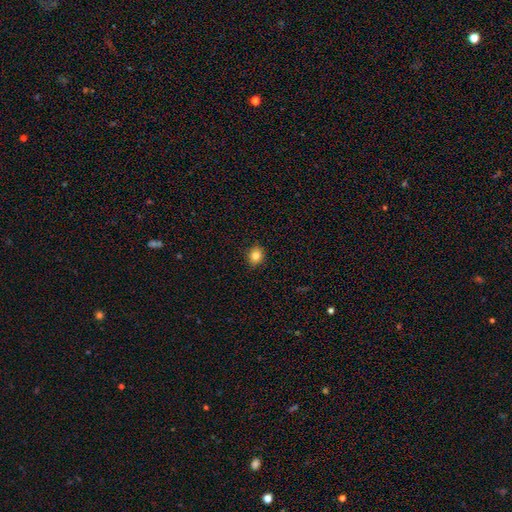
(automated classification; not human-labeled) The model was most divided on "how rounded": round: 69%, in between: 30%, cigar-shaped: 1%. More confident: merging — none (90%); smooth or featured — smooth (83%).